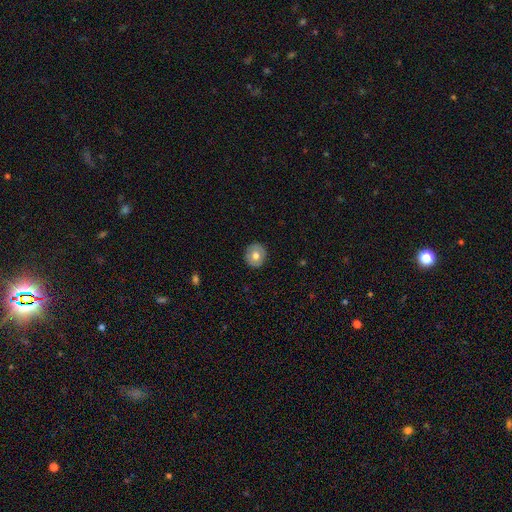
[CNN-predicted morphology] type=smooth (72%); roundness=round (89%); merging=none (90%).